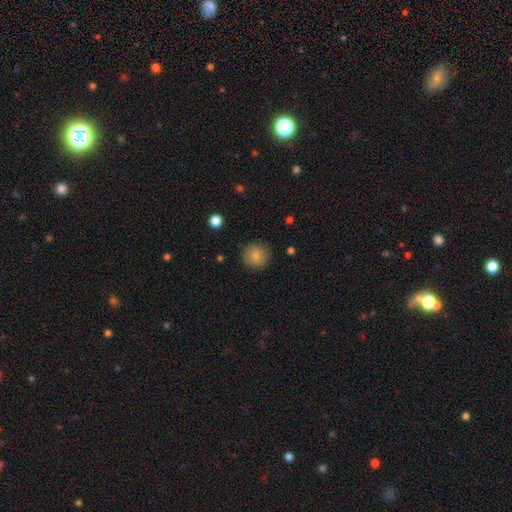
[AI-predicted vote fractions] smooth 84%, star or artifact 9%, featured or disk 7%. Down the decision tree: how rounded — round (93%); merging — none (87%).